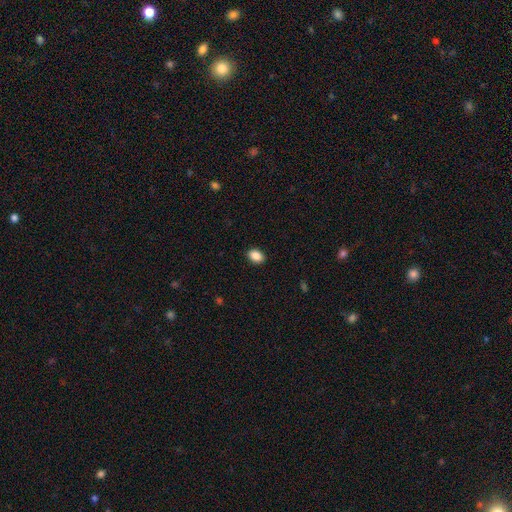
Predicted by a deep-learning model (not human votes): Smooth or featured: smooth — 89% (star or artifact — 8%)
How rounded: in between — 81% (round — 18%)
Merging: none — 90% (minor disturbance — 7%)